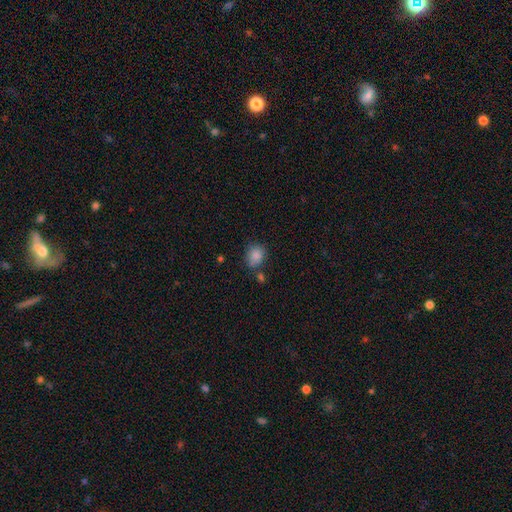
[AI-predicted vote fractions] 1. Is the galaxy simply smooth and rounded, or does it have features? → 86% smooth, 9% star or artifact, 5% featured or disk.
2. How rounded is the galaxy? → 61% round, 38% in between, 1% cigar-shaped.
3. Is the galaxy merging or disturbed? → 68% none, 19% minor disturbance, 9% merger, 5% major disturbance.